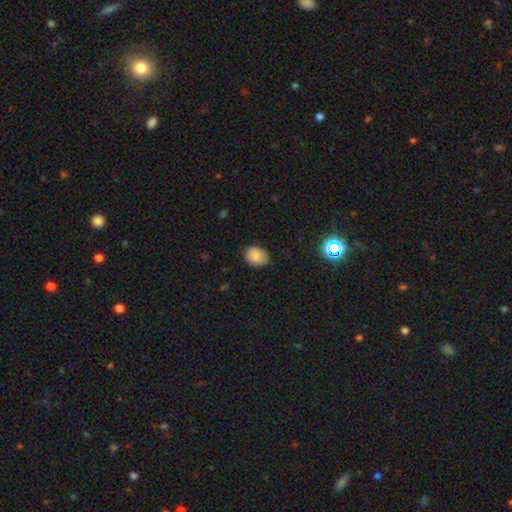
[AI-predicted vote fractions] smooth-or-featured: smooth: 85% | star or artifact: 9% | featured or disk: 6%
  how-rounded: round: 51% | in between: 48% | cigar-shaped: 1%
  merging: none: 83% | minor disturbance: 13% | major disturbance: 2% | merger: 1%